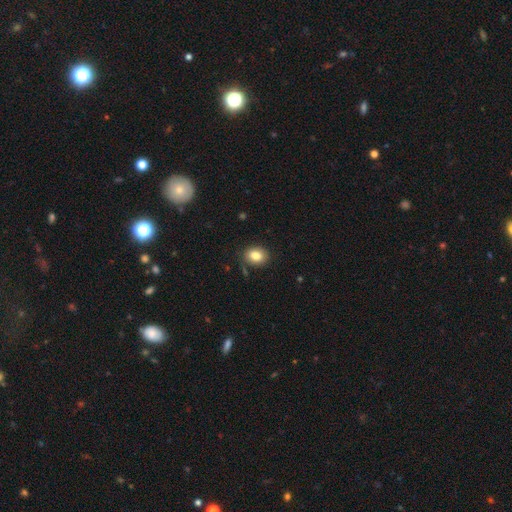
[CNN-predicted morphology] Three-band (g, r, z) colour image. It shows a smooth galaxy with no disk features (83%) that is in between round and cigar-shaped (52%). Merging: none (85%).